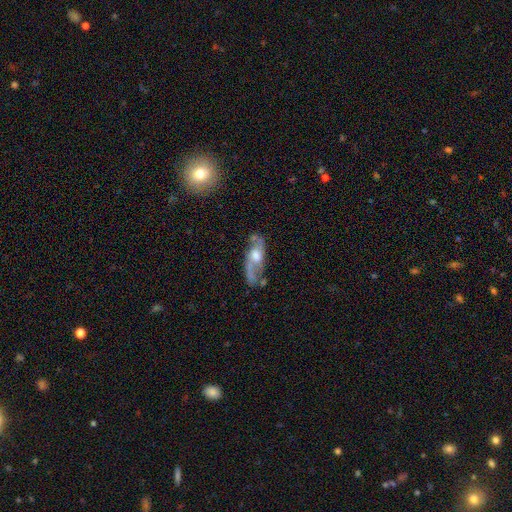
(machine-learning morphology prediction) Smooth or featured? Predicted: featured or disk (p=0.80). Edge-on disk? Predicted: no (p=0.82). Bar? Predicted: no (p=0.59). Spiral arms? Predicted: yes (p=0.89). Spiral winding? Predicted: loose (p=0.58). Spiral arm count? Predicted: 2 (p=0.87). Bulge size? Predicted: moderate (p=0.64). Merging? Predicted: none (p=0.68).